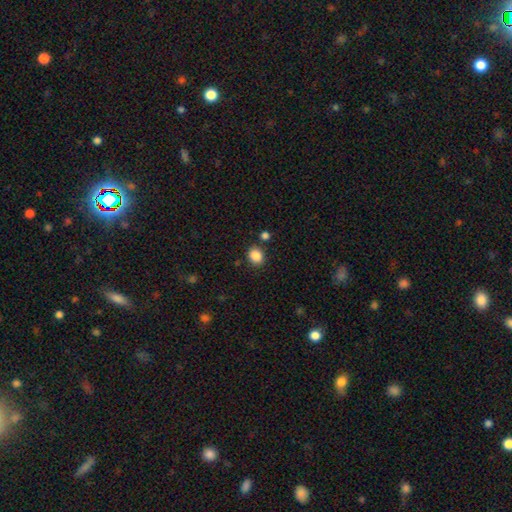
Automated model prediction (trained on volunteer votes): smooth_or_featured: smooth (p=0.87) [alt: star or artifact p=0.10]
how_rounded: round (p=0.65) [alt: in between p=0.34]
merging: none (p=0.82) [alt: minor disturbance p=0.10]